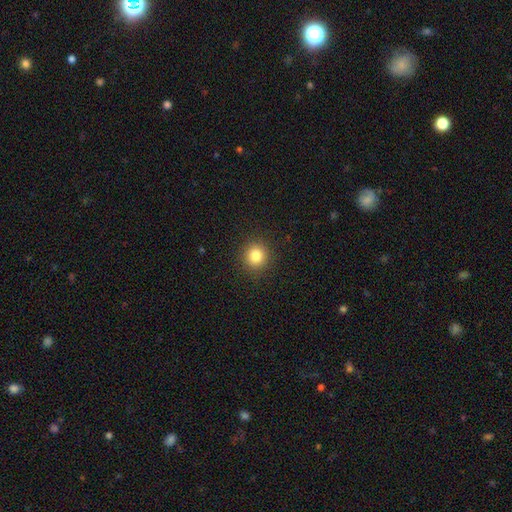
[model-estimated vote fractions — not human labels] Smooth or featured: smooth — 83% (star or artifact — 12%)
How rounded: round — 91% (in between — 8%)
Merging: none — 91% (minor disturbance — 6%)